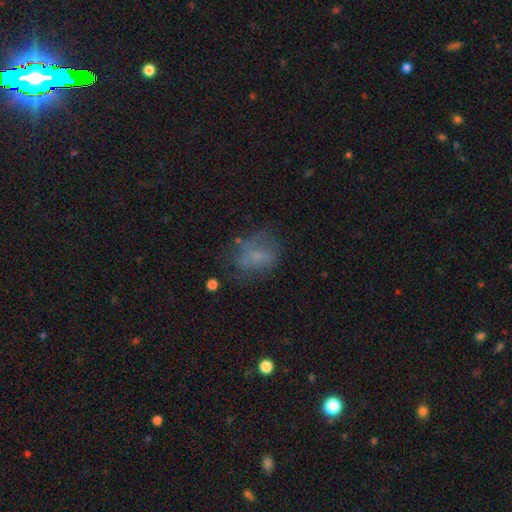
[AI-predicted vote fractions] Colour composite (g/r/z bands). It shows a smooth galaxy with no disk features (53%) that is in between round and cigar-shaped (59%). Merging: none (48%).